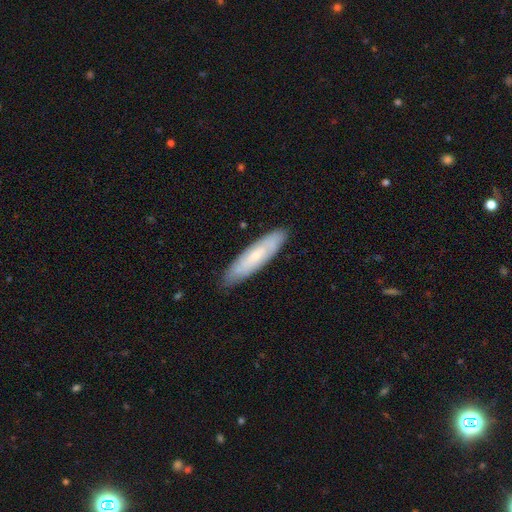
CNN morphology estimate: This appears to be a smooth galaxy with no disk features (52%) that is cigar-shaped (71%). Merging: none (85%).